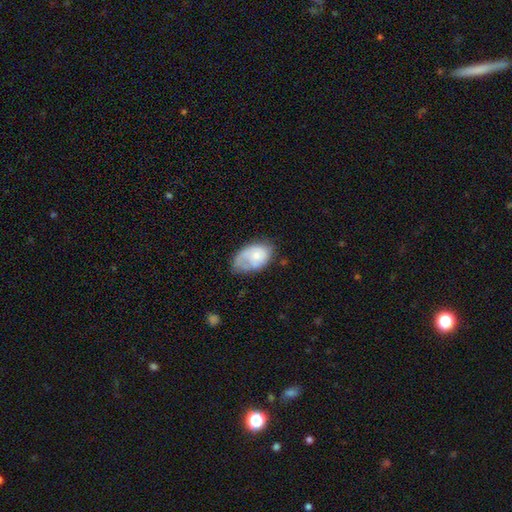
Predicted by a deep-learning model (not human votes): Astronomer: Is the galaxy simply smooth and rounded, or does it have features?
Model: smooth — 53% (runner-up: featured or disk, 40%).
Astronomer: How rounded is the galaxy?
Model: in between — 88%.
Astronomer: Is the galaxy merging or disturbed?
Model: none — 35% (runner-up: minor disturbance, 33%).